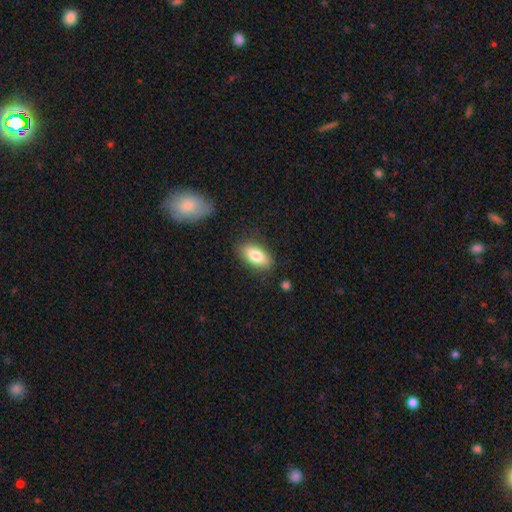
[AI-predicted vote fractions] This is likely a smooth galaxy (79%). How rounded: clearly in between (86%). Merging: clearly none (84%).